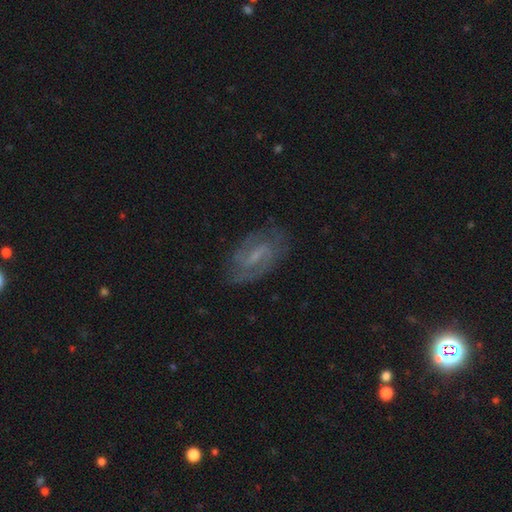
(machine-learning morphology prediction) Overall: featured or disk (74%). Edge-on disk: no (95%). Bar: weak (55%; strong 25%). Spiral arms: yes (91%). Spiral arm count: 2 (72%). Spiral winding: medium (46%; tight 36%). Bulge size: small (46%; none 30%). Merging: none (76%).